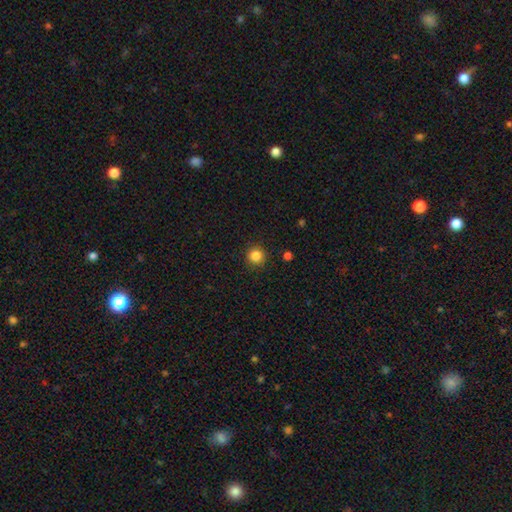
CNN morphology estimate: This is clearly a smooth galaxy (85%). How rounded: clearly round (94%). Merging: clearly none (91%).